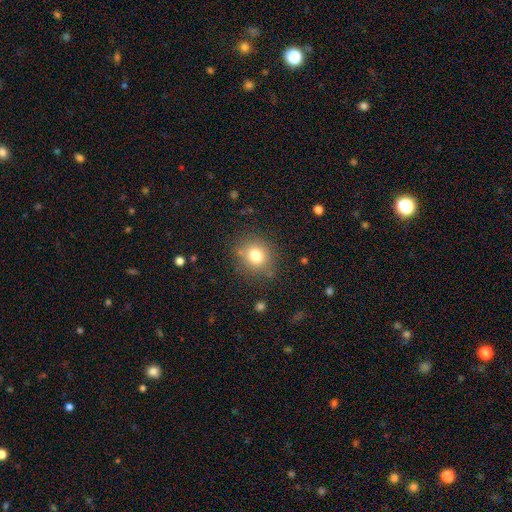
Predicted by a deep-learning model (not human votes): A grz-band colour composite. It shows a smooth galaxy with no disk features (78%) that is round (82%). Merging: none (81%).